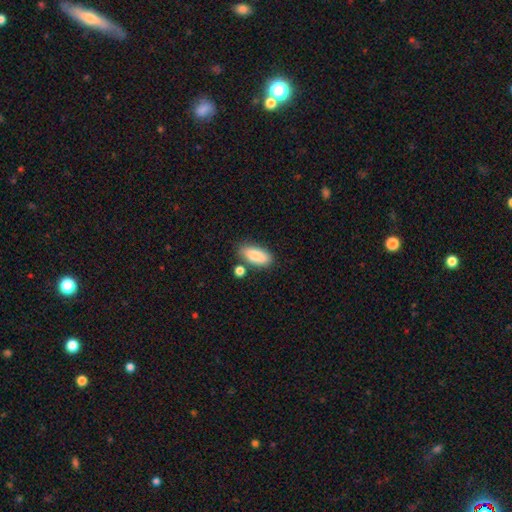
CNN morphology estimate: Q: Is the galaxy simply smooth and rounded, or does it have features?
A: smooth — 82%.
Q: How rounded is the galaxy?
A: in between — 83%.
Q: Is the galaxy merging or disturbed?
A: none — 66%.